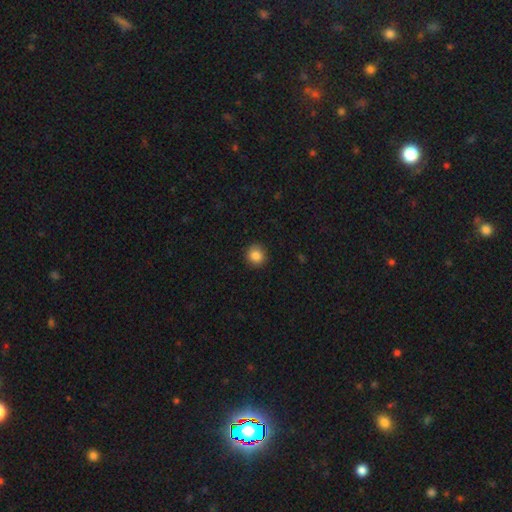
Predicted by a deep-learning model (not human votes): The model was most divided on "smooth or featured": smooth: 86%, star or artifact: 10%, featured or disk: 5%. More confident: how rounded — round (90%); merging — none (90%).